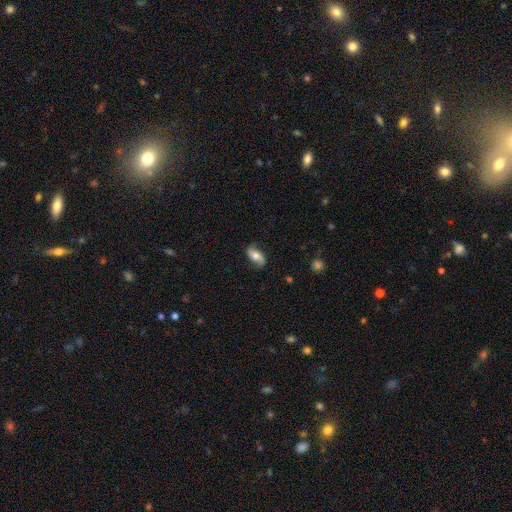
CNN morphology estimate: The model was most divided on "smooth or featured": featured or disk: 48%, smooth: 45%, star or artifact: 8%. More confident: merging — none (78%).